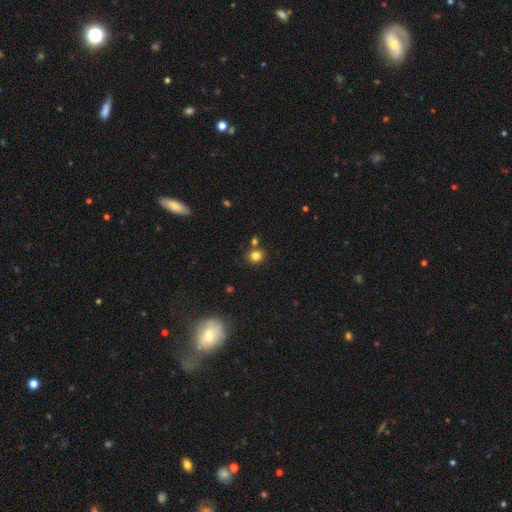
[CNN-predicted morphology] Smooth or featured? smooth (80%)
How rounded? round (85%)
Merging? none (77%)